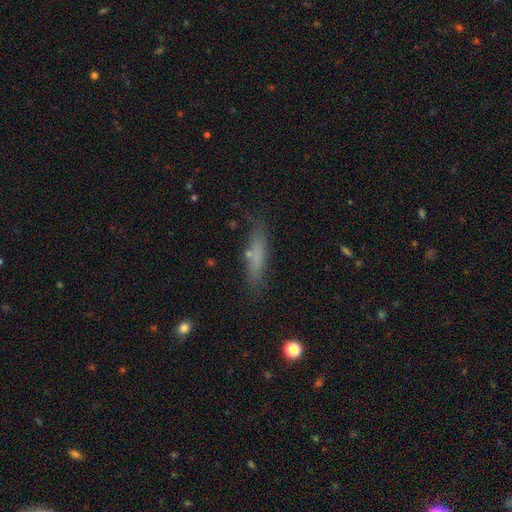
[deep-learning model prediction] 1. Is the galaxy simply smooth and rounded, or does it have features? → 69% smooth, 21% featured or disk, 10% star or artifact.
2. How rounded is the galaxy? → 80% cigar-shaped, 18% in between, 2% round.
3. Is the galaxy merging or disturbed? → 77% none, 15% minor disturbance, 5% major disturbance, 3% merger.